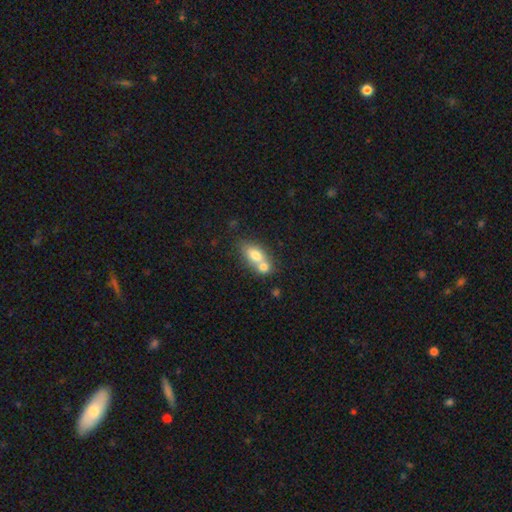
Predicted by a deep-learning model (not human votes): Overall: smooth (71%). How rounded: in between (75%). Merging: merger (63%; none 26%).